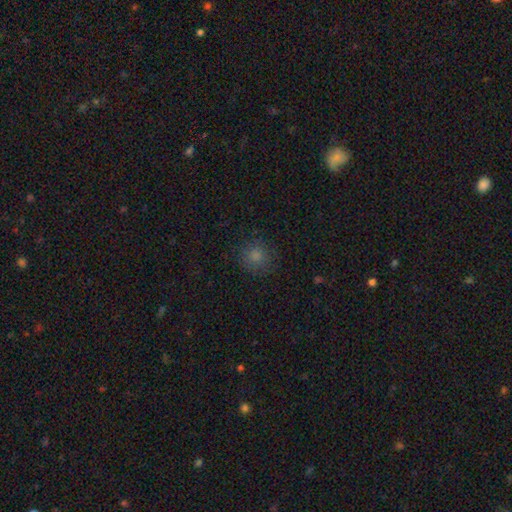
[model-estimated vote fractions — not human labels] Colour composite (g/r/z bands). It shows a smooth galaxy with no disk features (80%) that is round (89%). Merging: none (83%).